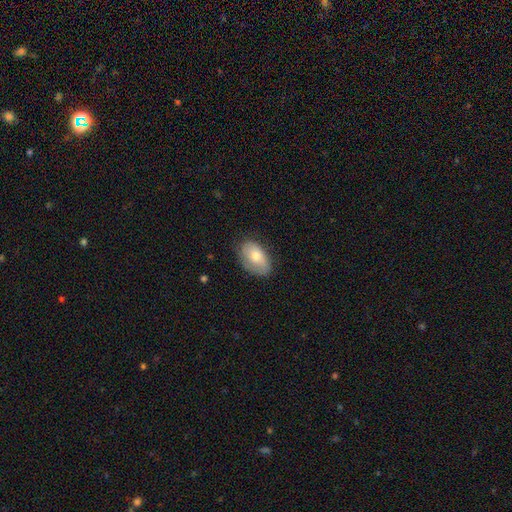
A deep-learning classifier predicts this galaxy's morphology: smooth 68%, featured or disk 25%, star or artifact 7%. Down the decision tree: how rounded — in between (91%); merging — none (70%).